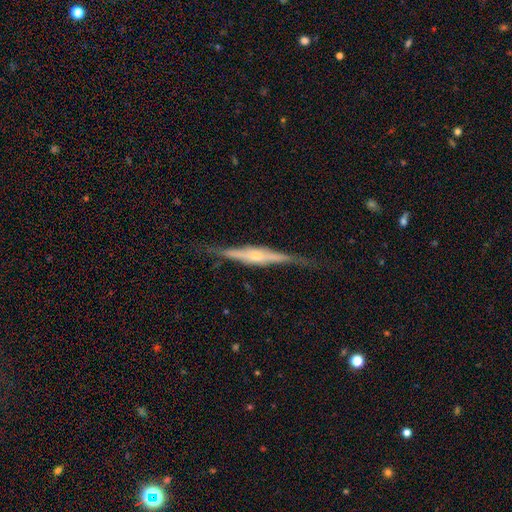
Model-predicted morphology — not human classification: This is clearly a featured or disk galaxy (81%). It is clearly viewed edge-on (95%). Edge-on bulge: likely rounded (75%). Merging: likely none (79%).